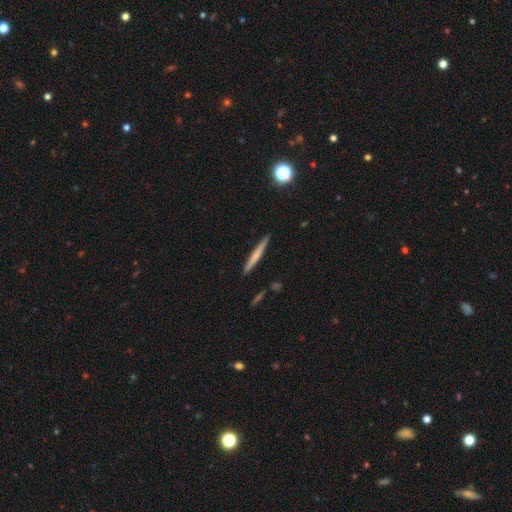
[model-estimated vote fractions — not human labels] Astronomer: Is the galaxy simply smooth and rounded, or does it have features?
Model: smooth — 54% (runner-up: featured or disk, 39%).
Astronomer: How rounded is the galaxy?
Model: cigar-shaped — 96%.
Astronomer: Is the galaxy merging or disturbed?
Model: none — 91%.